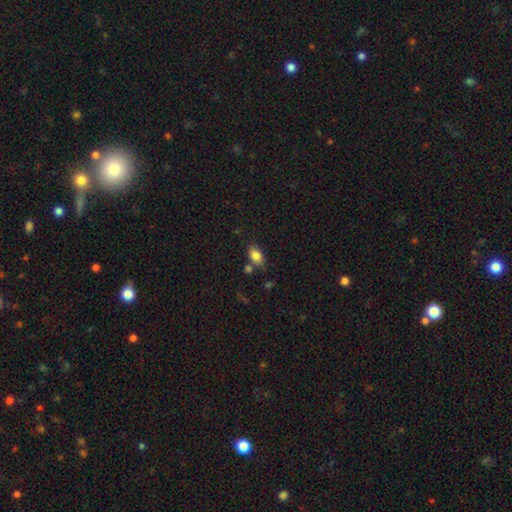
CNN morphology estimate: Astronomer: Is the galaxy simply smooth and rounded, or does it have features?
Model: smooth — 83%.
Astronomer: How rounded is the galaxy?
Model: in between — 88%.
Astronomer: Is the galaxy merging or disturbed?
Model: none — 69%.